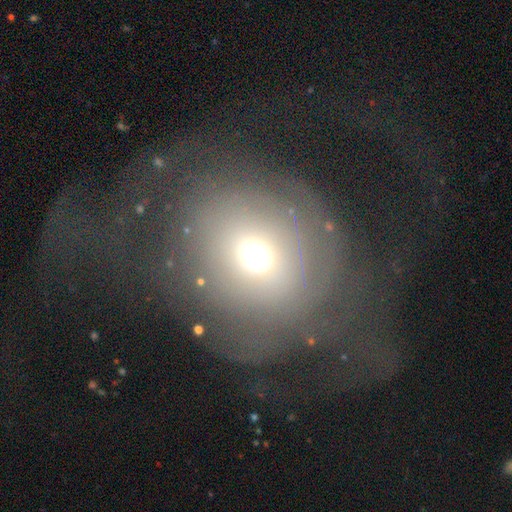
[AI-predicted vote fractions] A smooth galaxy with no disk features (51%) that is round (82%).

Vote fractions:
- Smooth or featured? smooth: 51% / featured or disk: 33% / star or artifact: 15%
- How rounded? round: 82% / in between: 17% / cigar-shaped: 1%
- Merging? none: 43% / major disturbance: 38% / minor disturbance: 16% / merger: 3%